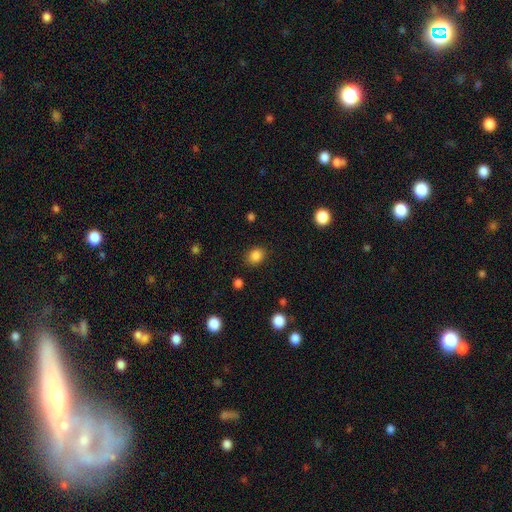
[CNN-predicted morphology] This appears to be a smooth galaxy with no disk features (85%) that is round (50%). Merging: none (85%).